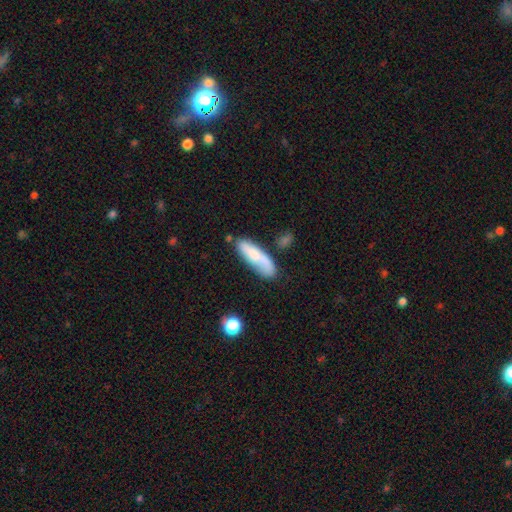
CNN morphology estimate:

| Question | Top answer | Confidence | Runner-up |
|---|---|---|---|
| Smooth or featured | smooth | 67% | featured or disk (26%) |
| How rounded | cigar-shaped | 52% | in between (46%) |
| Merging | none | 57% | minor disturbance (24%) |